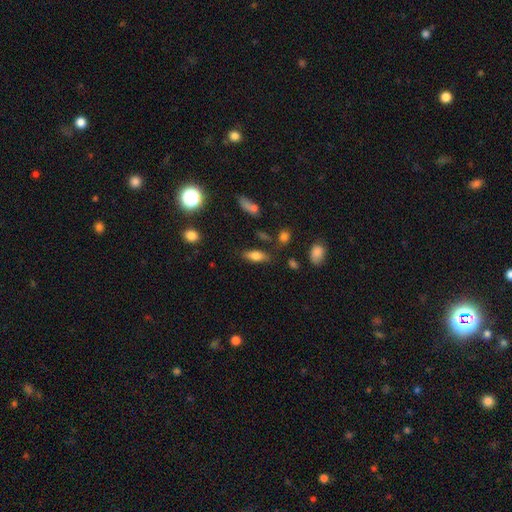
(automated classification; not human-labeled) smooth_or_featured: smooth (p=0.68) [alt: featured or disk p=0.23]
how_rounded: in between (p=0.73) [alt: cigar-shaped p=0.24]
merging: none (p=0.79) [alt: minor disturbance p=0.14]